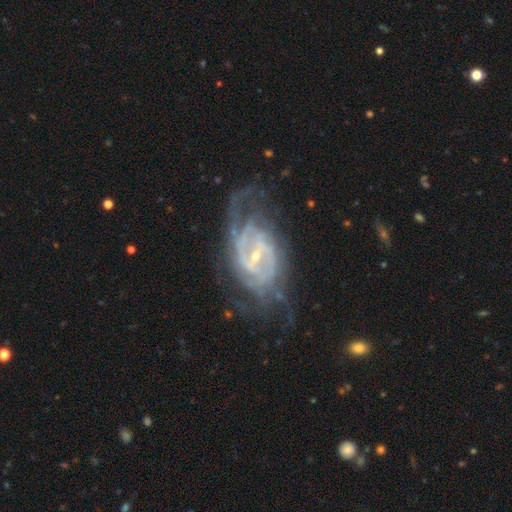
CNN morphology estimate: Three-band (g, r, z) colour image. It shows a featured or disk galaxy (89%) with a weak bar (45%), 2 (41%) tight (52%) spiral arms (95%) and a small central bulge (75%). Merging: none (62%).